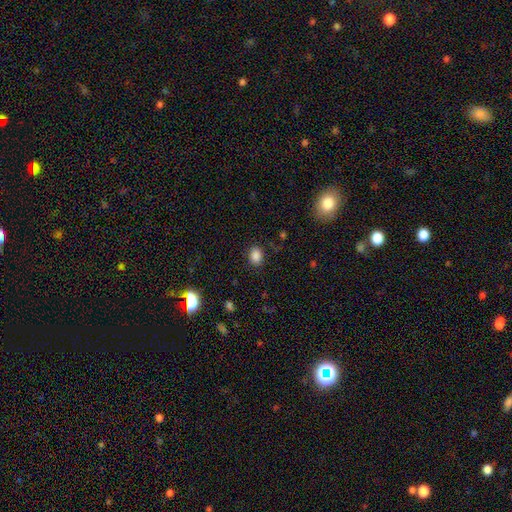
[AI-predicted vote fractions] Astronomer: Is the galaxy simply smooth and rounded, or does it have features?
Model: smooth — 84%.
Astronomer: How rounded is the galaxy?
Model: in between — 60% (runner-up: round, 39%).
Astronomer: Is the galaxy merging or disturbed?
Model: none — 85%.